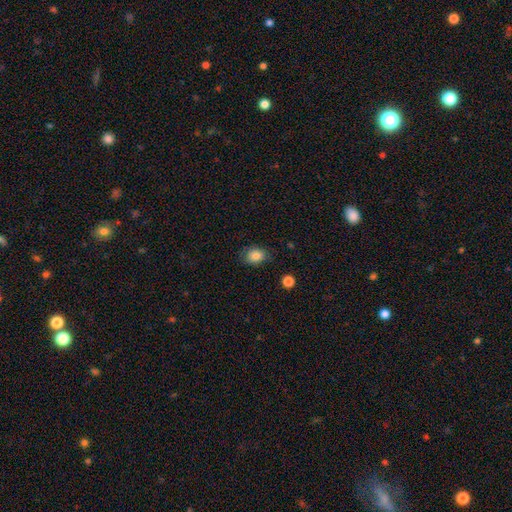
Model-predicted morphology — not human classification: This is clearly a smooth galaxy (83%). How rounded: possibly in between (52%). Merging: likely none (75%).